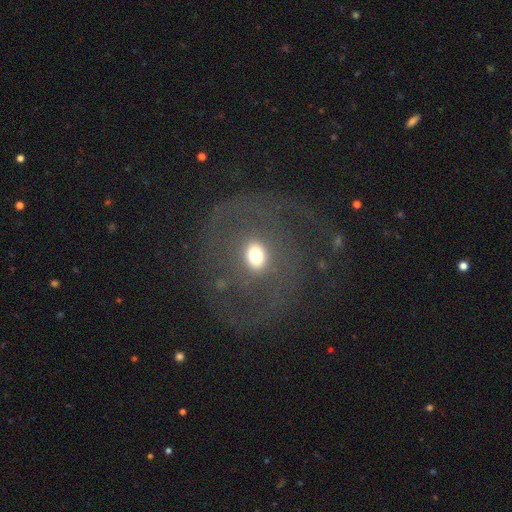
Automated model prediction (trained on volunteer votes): This appears to be a smooth galaxy with no disk features (42%, tied with featured or disk). Merging: none (64%).